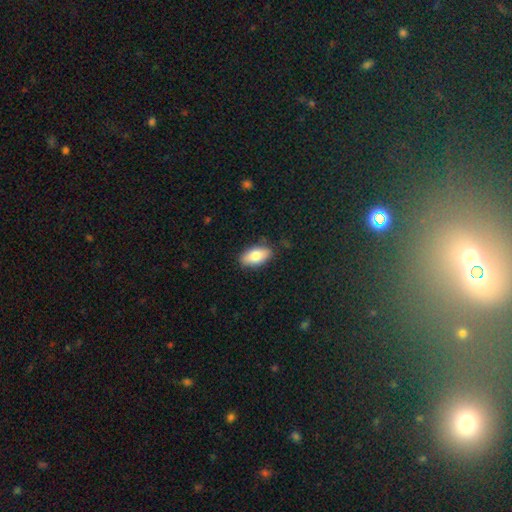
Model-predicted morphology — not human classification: This is clearly a smooth galaxy (81%). How rounded: clearly in between (92%). Merging: clearly none (85%).